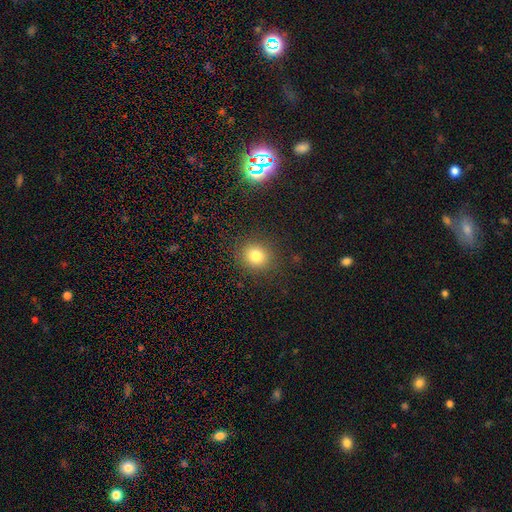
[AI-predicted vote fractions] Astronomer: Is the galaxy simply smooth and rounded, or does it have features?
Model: smooth — 79%.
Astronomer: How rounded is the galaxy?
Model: round — 84%.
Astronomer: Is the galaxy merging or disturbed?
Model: none — 88%.